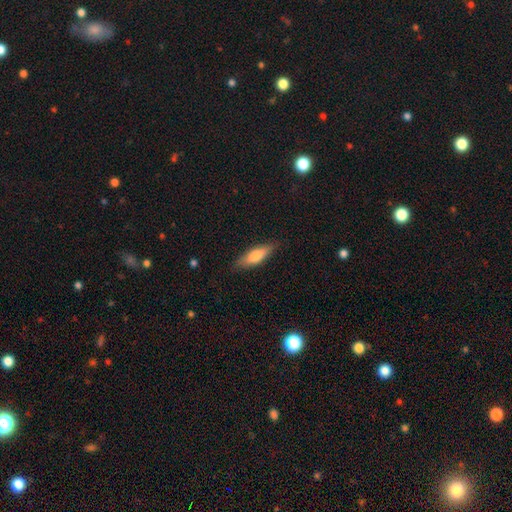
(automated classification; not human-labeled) Smooth or featured? smooth (68%)
How rounded? cigar-shaped (53%)
Merging? none (84%)